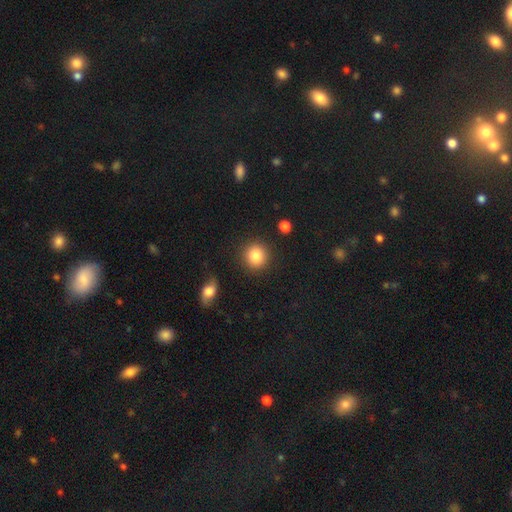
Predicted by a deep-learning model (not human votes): Smooth or featured? Predicted: smooth (p=0.85). How rounded? Predicted: round (p=0.89). Merging? Predicted: none (p=0.89).